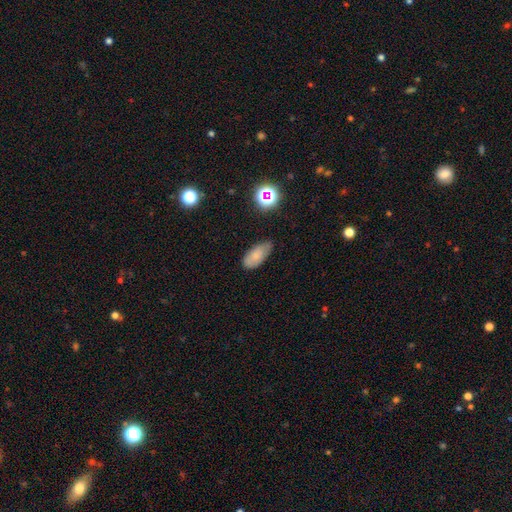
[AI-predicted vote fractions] A smooth galaxy with no disk features (77%) that is in between round and cigar-shaped (90%). Merging: none (65%).